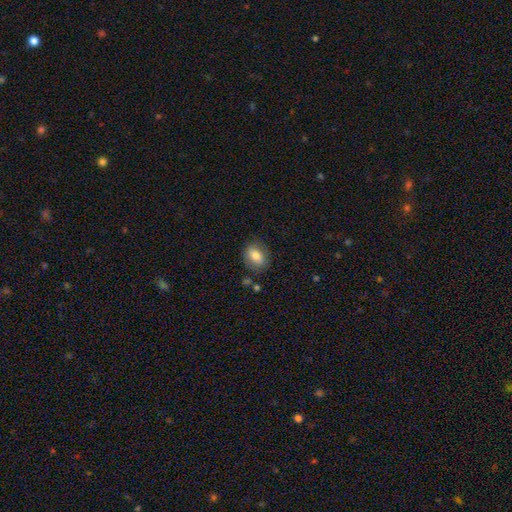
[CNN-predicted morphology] This appears to be a smooth galaxy with no disk features (78%) that is in between round and cigar-shaped (69%). Merging: none (79%).